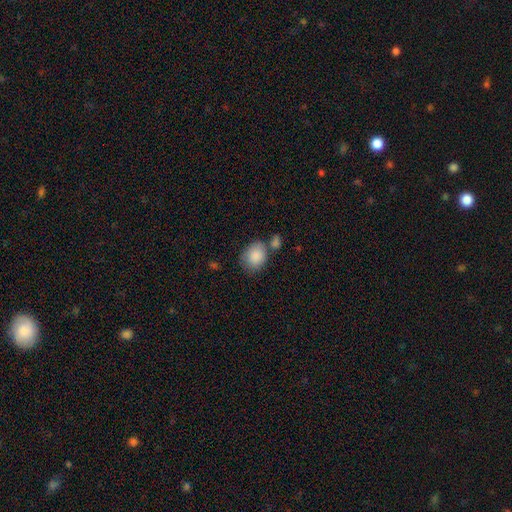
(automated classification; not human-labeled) smooth-or-featured: smooth: 87% | star or artifact: 7% | featured or disk: 6%
  how-rounded: in between: 54% | round: 45% | cigar-shaped: 1%
  merging: none: 52% | merger: 21% | minor disturbance: 20% | major disturbance: 7%